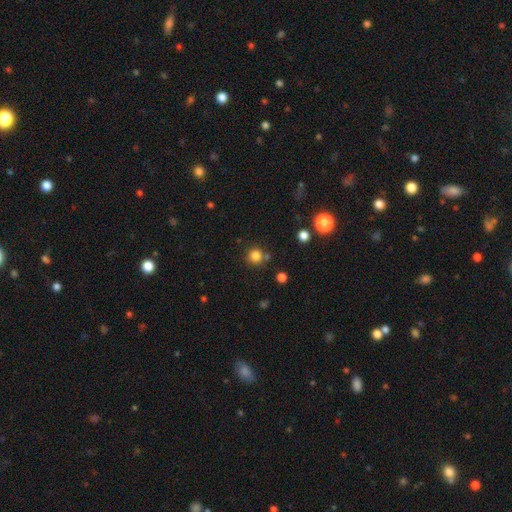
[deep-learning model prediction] Smooth or featured? Predicted: smooth (p=0.81). How rounded? Predicted: round (p=0.93). Merging? Predicted: none (p=0.79).